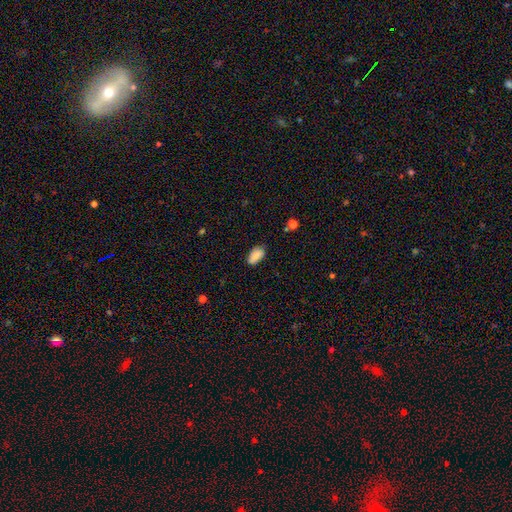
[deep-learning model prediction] smooth 85%, star or artifact 8%, featured or disk 8%. Down the decision tree: how rounded — in between (93%); merging — none (80%).